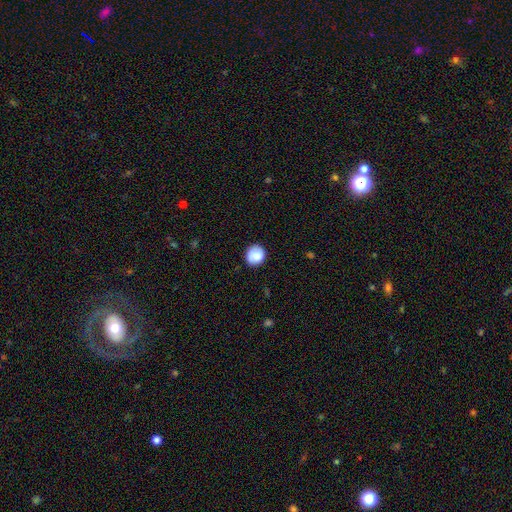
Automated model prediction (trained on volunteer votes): Smooth or featured: smooth — 86% (star or artifact — 8%)
How rounded: round — 87% (in between — 12%)
Merging: none — 85% (minor disturbance — 11%)